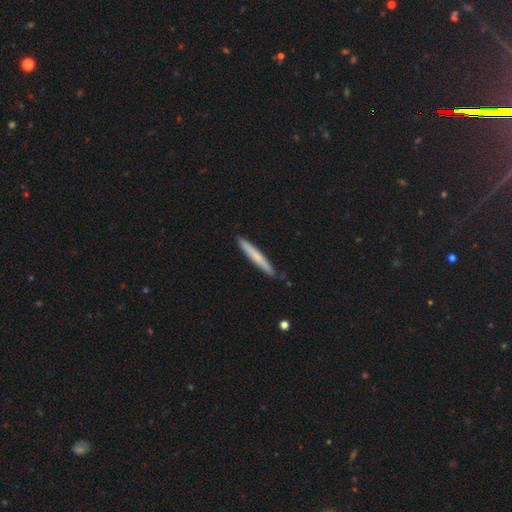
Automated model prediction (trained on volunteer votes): smooth-or-featured: smooth: 67% | featured or disk: 28% | star or artifact: 6%
  how-rounded: cigar-shaped: 96% | in between: 3% | round: 1%
  merging: none: 85% | minor disturbance: 11% | major disturbance: 2% | merger: 2%